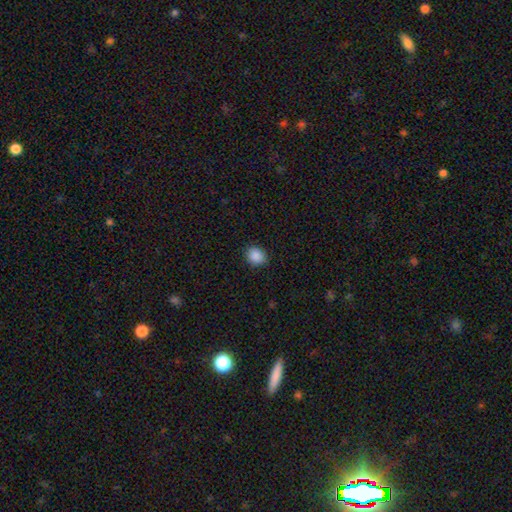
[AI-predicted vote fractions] Morphology: type=smooth (88%); roundness=round (74%); merging=none (88%).